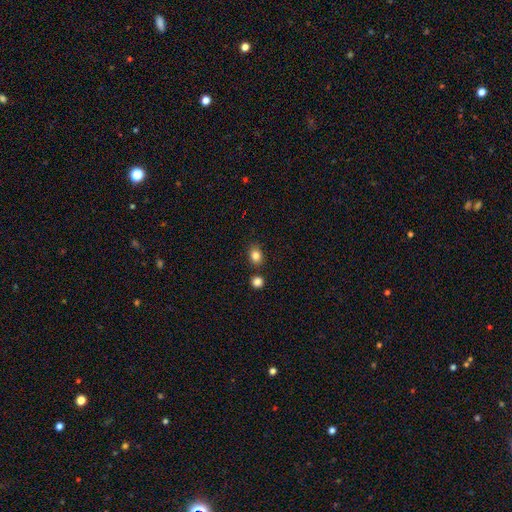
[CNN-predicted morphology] Smooth or featured? smooth (84%)
How rounded? in between (55%)
Merging? none (79%)